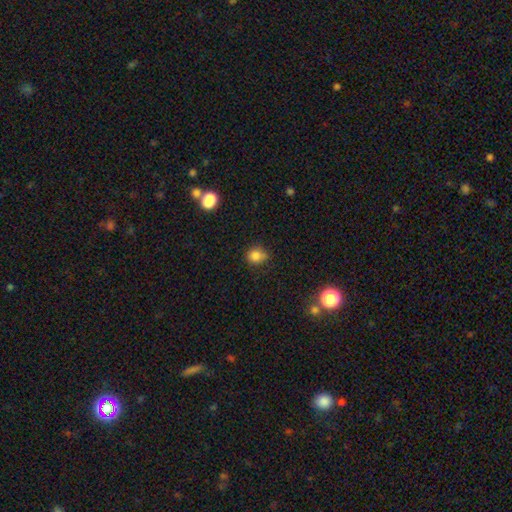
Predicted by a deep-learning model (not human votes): This is clearly a smooth galaxy (82%). How rounded: likely round (76%). Merging: likely none (69%).